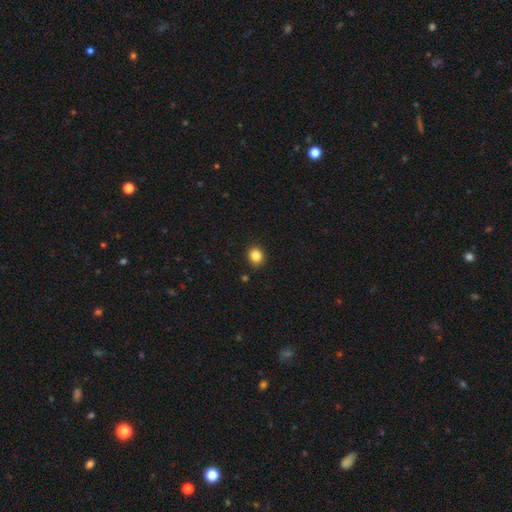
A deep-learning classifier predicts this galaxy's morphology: Smooth or featured? smooth (85%)
How rounded? round (73%)
Merging? none (90%)